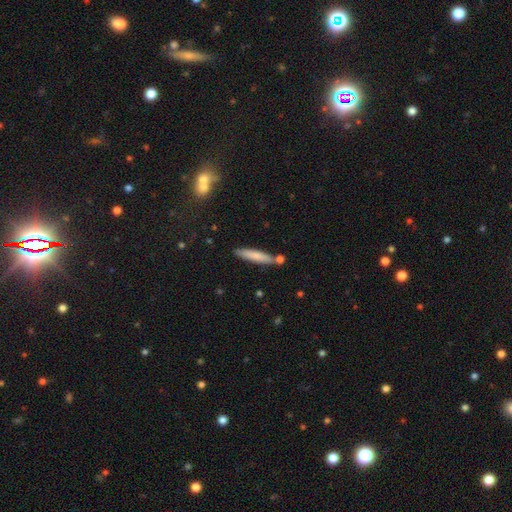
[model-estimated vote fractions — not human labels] The model was most divided on "smooth or featured": smooth: 75%, featured or disk: 19%, star or artifact: 6%. More confident: how rounded — cigar-shaped (90%); merging — none (78%).